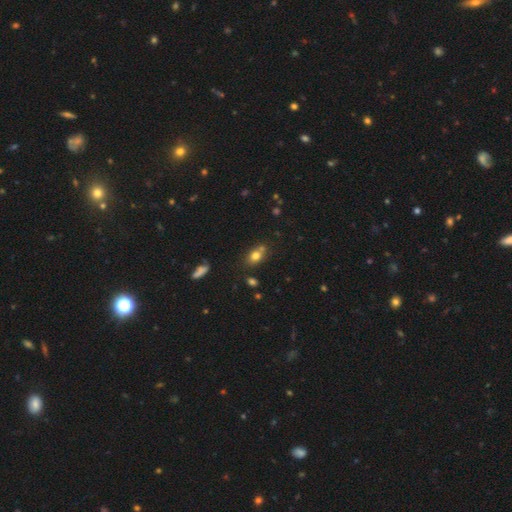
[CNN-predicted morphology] smooth 75%, featured or disk 13%, star or artifact 12%. Down the decision tree: how rounded — in between (66%); merging — none (55%).